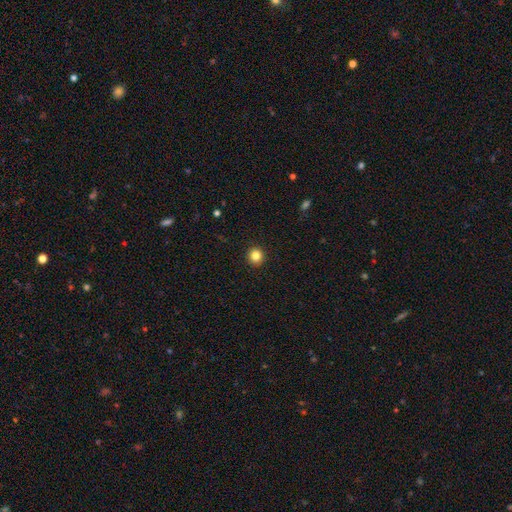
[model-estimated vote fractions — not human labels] A smooth galaxy with no disk features (84%) that is round (93%). Merging: none (93%).